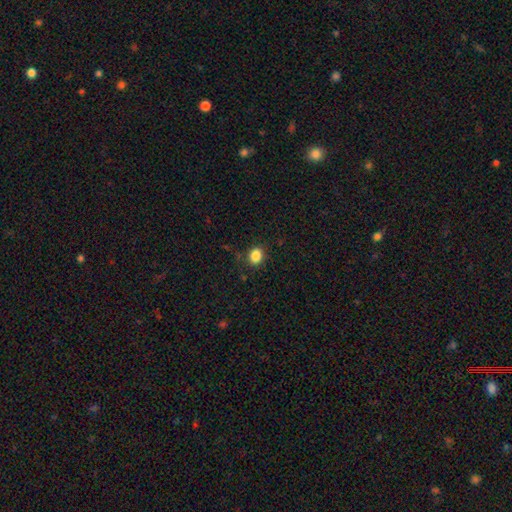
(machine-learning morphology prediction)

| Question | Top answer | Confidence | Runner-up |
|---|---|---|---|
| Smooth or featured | smooth | 86% | star or artifact (10%) |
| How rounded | in between | 50% | round (49%) |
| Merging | none | 86% | minor disturbance (10%) |